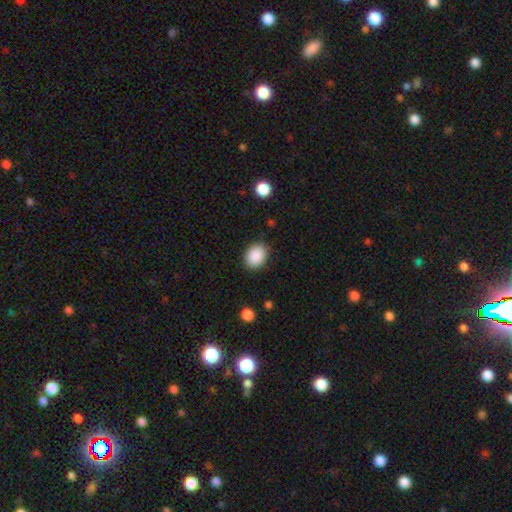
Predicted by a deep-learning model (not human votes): The model was most divided on "how rounded": in between: 62%, round: 37%, cigar-shaped: 1%. More confident: smooth or featured — smooth (90%); merging — none (87%).